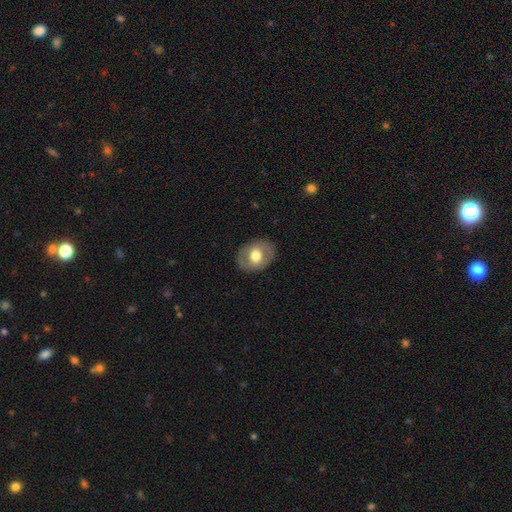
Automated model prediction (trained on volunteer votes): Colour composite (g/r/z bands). It shows a smooth galaxy with no disk features (51%) that is in between round and cigar-shaped (60%). Merging: none (84%).